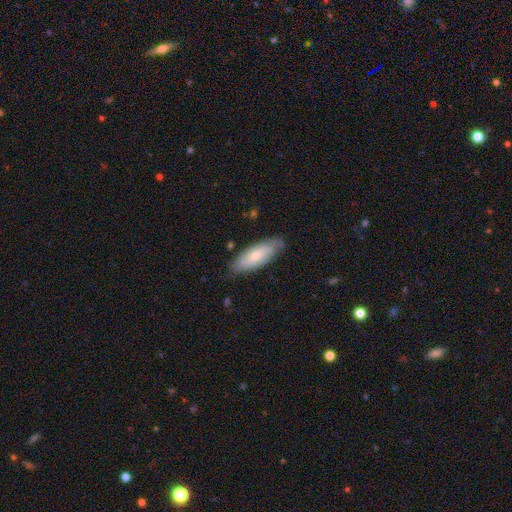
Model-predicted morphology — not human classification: Smooth or featured: smooth — 59% (featured or disk — 36%)
How rounded: in between — 69% (cigar-shaped — 29%)
Merging: none — 74% (minor disturbance — 21%)